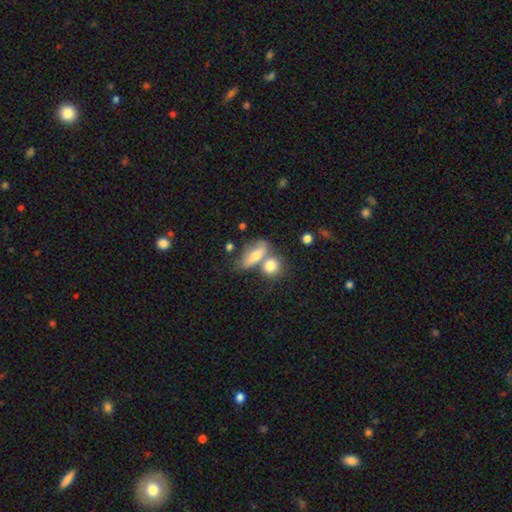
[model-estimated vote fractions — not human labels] This is likely a smooth galaxy (70%). How rounded: likely in between (69%). Merging: possibly merger (46%).